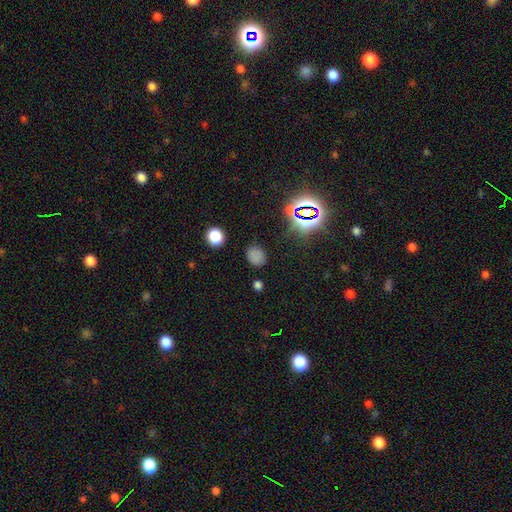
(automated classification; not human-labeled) A smooth galaxy with no disk features (69%) that is in between round and cigar-shaped (50%). Merging: none (79%).